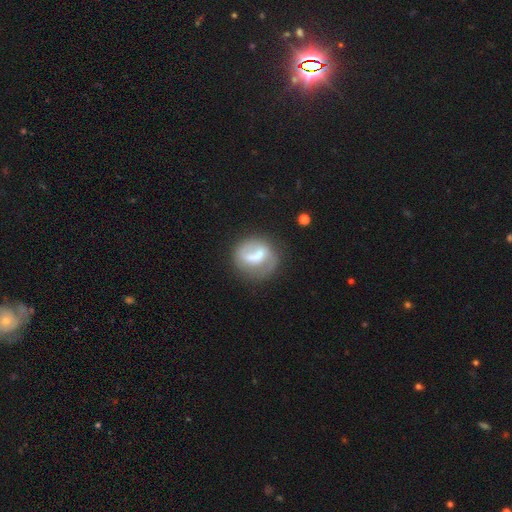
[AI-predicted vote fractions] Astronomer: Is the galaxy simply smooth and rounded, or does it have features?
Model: featured or disk — 51% (runner-up: smooth, 41%).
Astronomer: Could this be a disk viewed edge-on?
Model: no — 97%.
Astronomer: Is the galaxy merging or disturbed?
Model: none — 54%.